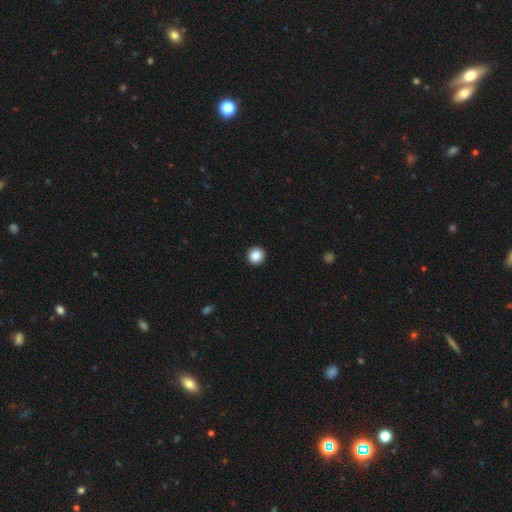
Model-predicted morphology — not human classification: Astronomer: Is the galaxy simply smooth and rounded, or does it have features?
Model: smooth — 87%.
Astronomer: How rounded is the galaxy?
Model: round — 95%.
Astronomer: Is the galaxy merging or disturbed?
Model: none — 94%.